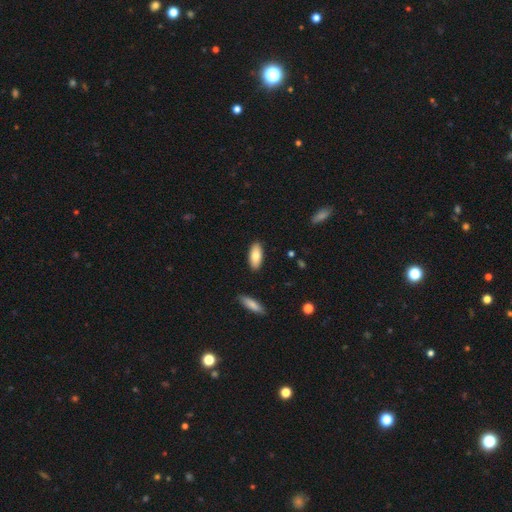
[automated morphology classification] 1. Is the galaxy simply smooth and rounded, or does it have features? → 79% smooth, 15% featured or disk, 6% star or artifact.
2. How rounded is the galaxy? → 86% in between, 12% cigar-shaped, 2% round.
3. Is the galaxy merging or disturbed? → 88% none, 9% minor disturbance, 2% major disturbance, 2% merger.